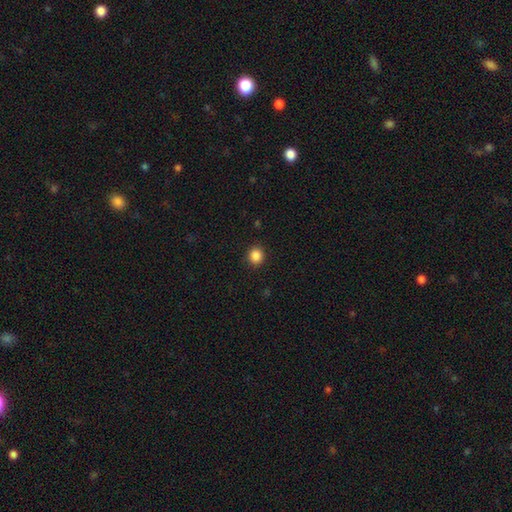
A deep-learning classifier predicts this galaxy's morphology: Q: Smooth or featured?
A: smooth (87%); runner-up: star or artifact (10%)
Q: How rounded?
A: round (86%); runner-up: in between (13%)
Q: Merging?
A: none (91%); runner-up: minor disturbance (6%)